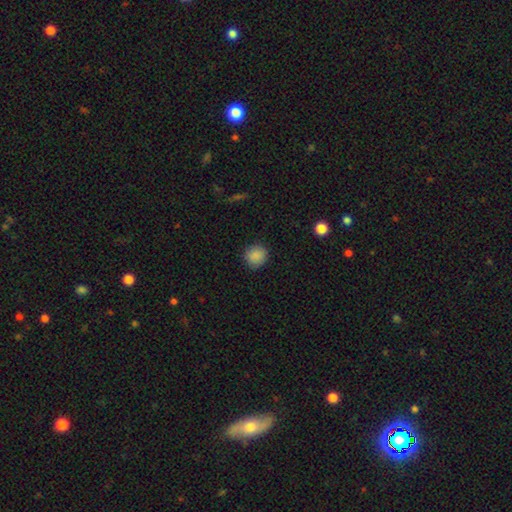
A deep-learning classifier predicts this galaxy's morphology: smooth-or-featured: smooth: 88% | star or artifact: 9% | featured or disk: 3%
  how-rounded: round: 90% | in between: 9% | cigar-shaped: 1%
  merging: none: 89% | minor disturbance: 7% | major disturbance: 2% | merger: 1%